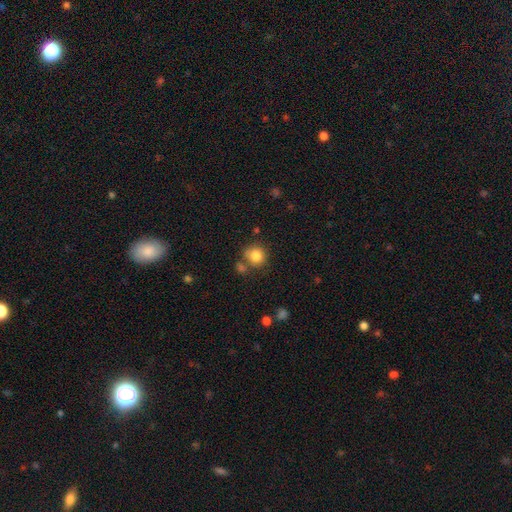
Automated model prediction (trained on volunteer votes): Overall: smooth (83%). How rounded: round (87%). Merging: none (67%).